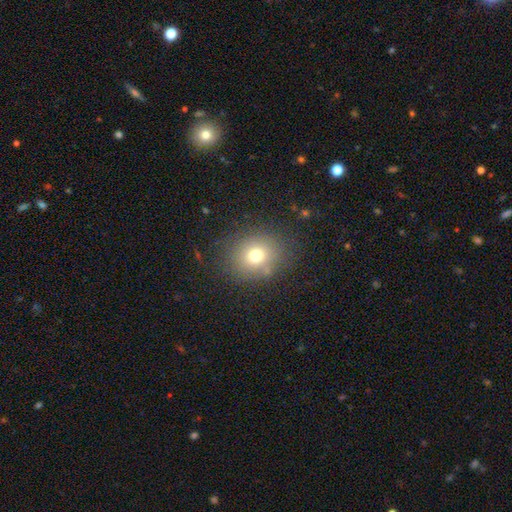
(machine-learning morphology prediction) Smooth or featured? smooth (72%)
How rounded? round (76%)
Merging? none (83%)